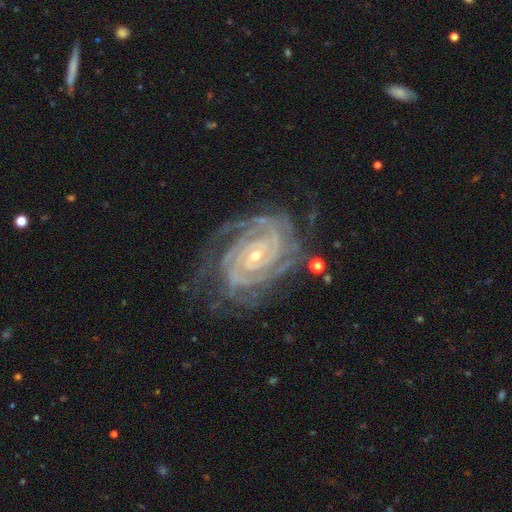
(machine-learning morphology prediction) Smooth or featured?
  - featured or disk: 92% *
  - star or artifact: 5%
  - smooth: 3%
Edge-on disk?
  - no: 97% *
  - yes: 3%
Bar?
  - no: 52% *
  - weak: 29%
  - strong: 18%
Spiral arms?
  - yes: 99% *
  - no: 1%
Spiral winding?
  - tight: 82% *
  - medium: 16%
  - loose: 2%
Spiral arm count?
  - 2: 30% *
  - 3: 21%
  - 4: 19%
  - can't tell: 14%
  - more than 4: 10%
  - 1: 6%
Bulge size?
  - small: 79% *
  - moderate: 18%
  - none: 1%
  - large: 1%
  - dominant: 1%
Merging?
  - none: 71% *
  - minor disturbance: 19%
  - major disturbance: 8%
  - merger: 2%